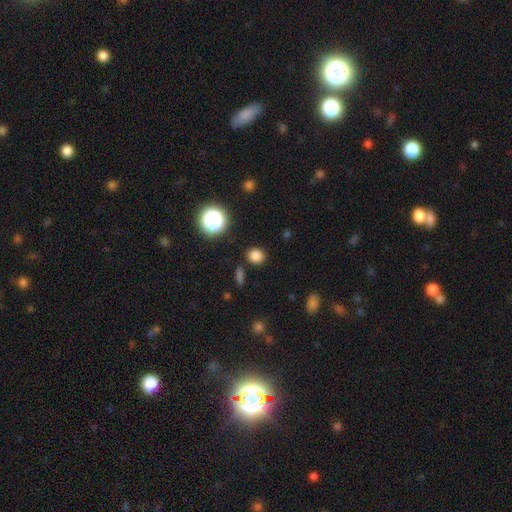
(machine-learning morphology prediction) smooth 81%, star or artifact 15%, featured or disk 4%. Down the decision tree: how rounded — round (73%); merging — none (85%).